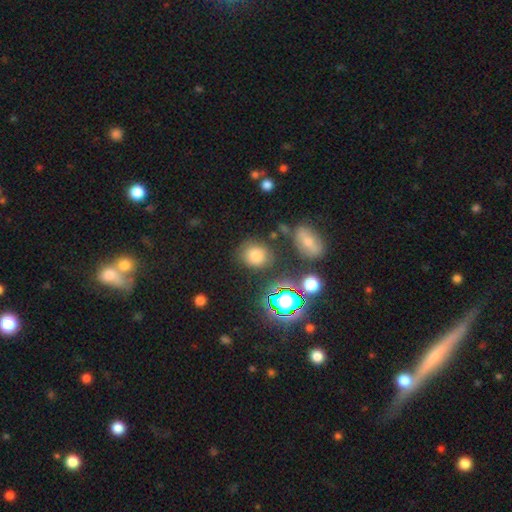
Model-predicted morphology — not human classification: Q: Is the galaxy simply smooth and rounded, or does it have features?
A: smooth — 74%.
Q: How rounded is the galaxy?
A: round — 64%.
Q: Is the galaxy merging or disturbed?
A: none — 73%.